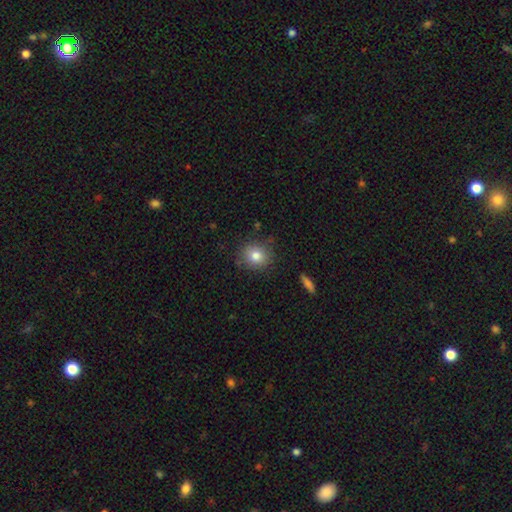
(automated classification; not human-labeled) Smooth or featured? smooth (81%)
How rounded? round (81%)
Merging? none (84%)